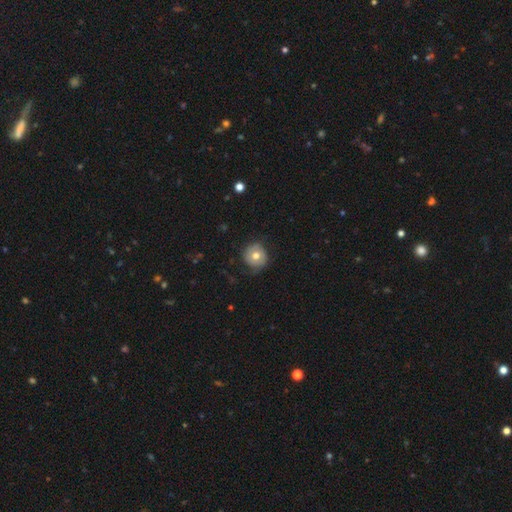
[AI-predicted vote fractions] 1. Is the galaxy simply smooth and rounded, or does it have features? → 66% smooth, 26% featured or disk, 8% star or artifact.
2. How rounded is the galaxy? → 88% round, 11% in between, 1% cigar-shaped.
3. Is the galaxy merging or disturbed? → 70% none, 22% minor disturbance, 7% major disturbance, 1% merger.